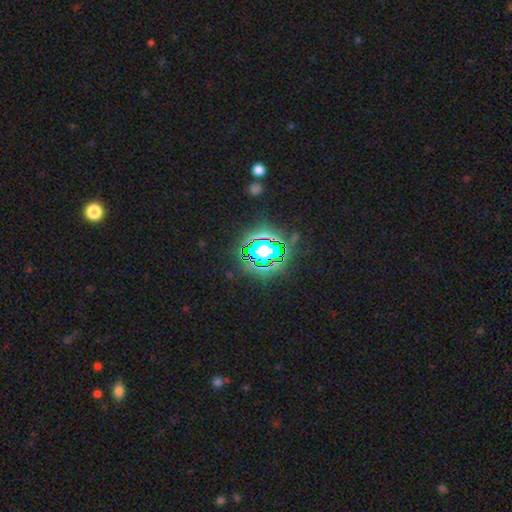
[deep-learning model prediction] This appears to be a star or artifact, not a galaxy (70%).